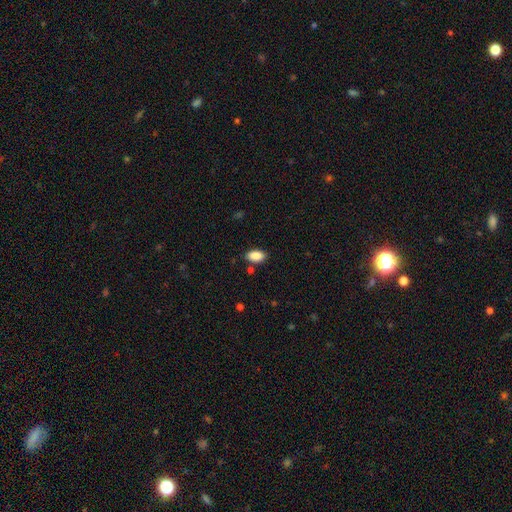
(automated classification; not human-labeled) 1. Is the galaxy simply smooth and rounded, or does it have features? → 89% smooth, 8% star or artifact, 4% featured or disk.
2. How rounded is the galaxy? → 93% in between, 4% round, 3% cigar-shaped.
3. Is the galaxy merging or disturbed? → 84% none, 11% minor disturbance, 3% merger, 2% major disturbance.